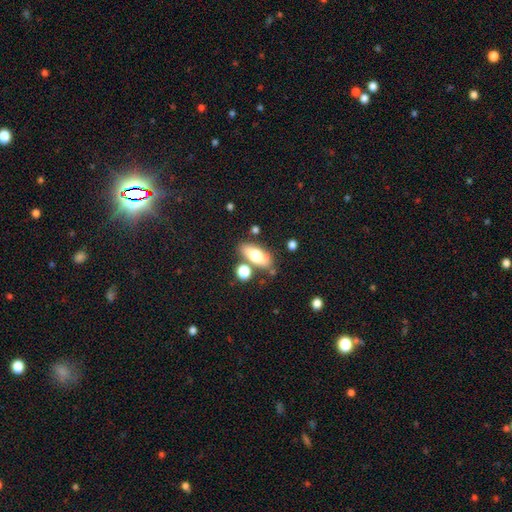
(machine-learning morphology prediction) Q: Smooth or featured?
A: smooth (66%); runner-up: featured or disk (25%)
Q: How rounded?
A: in between (76%); runner-up: cigar-shaped (17%)
Q: Merging?
A: none (70%); runner-up: minor disturbance (14%)